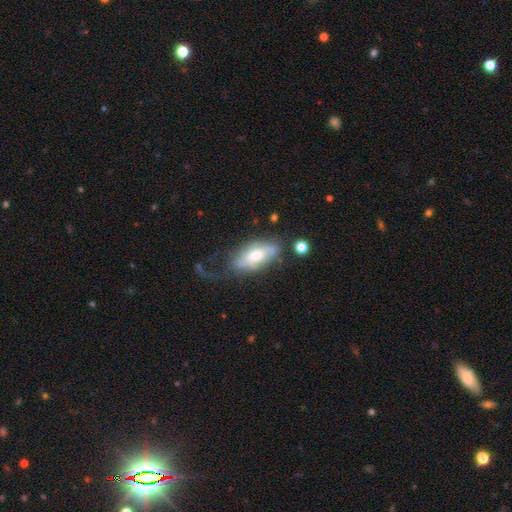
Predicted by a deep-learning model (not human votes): Smooth or featured? featured or disk (53%)
Edge-on disk? no (75%)
Merging? none (39%)